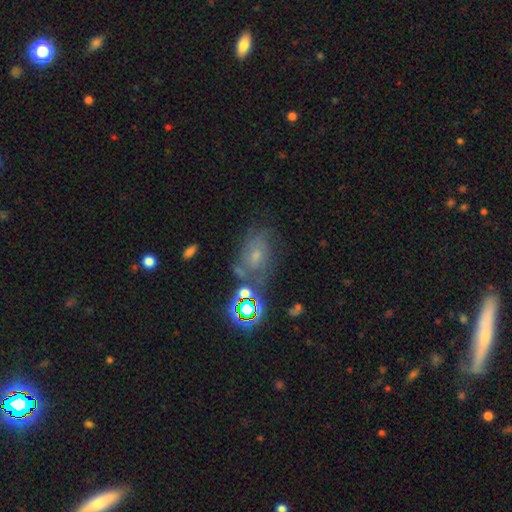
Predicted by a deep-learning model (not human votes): Smooth or featured?
  - featured or disk: 47% *
  - star or artifact: 28%
  - smooth: 26%
Merging?
  - none: 51% *
  - minor disturbance: 21%
  - major disturbance: 15%
  - merger: 12%